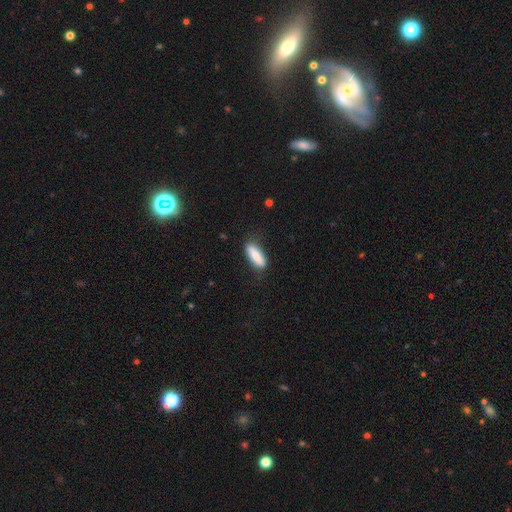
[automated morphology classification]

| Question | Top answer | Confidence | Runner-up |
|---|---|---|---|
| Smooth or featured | smooth | 83% | featured or disk (12%) |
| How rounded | cigar-shaped | 52% | in between (46%) |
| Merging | none | 80% | minor disturbance (15%) |